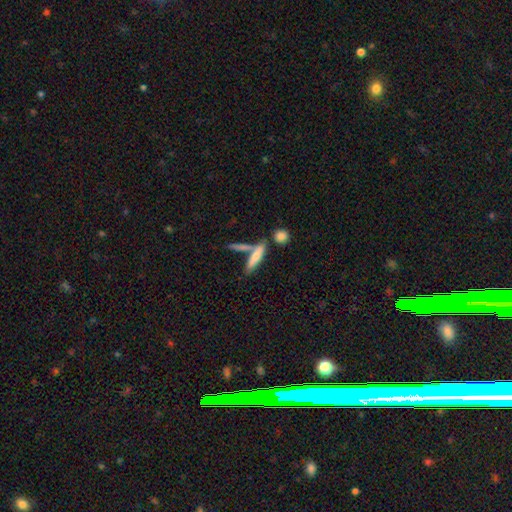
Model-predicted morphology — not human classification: The model was most divided on "merging": none: 51%, merger: 31%, minor disturbance: 13%, major disturbance: 5%. More confident: how rounded — cigar-shaped (75%); smooth or featured — smooth (63%).